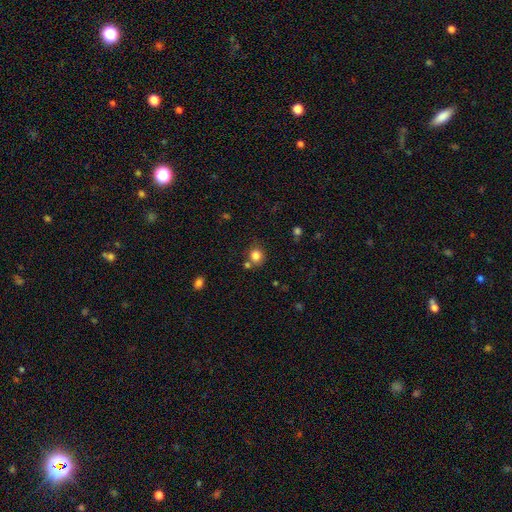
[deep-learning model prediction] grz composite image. It shows a smooth galaxy with no disk features (82%) that is round (83%). Merging: none (70%).